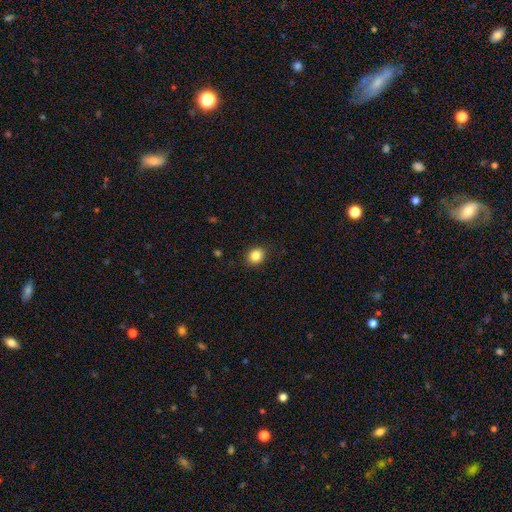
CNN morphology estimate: smooth 85%, star or artifact 10%, featured or disk 5%. Down the decision tree: how rounded — round (72%); merging — none (89%).